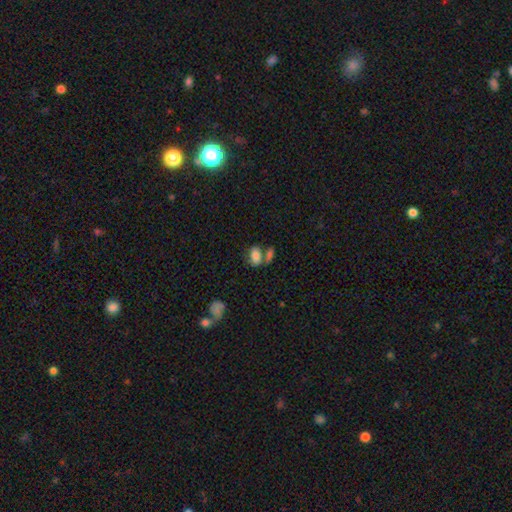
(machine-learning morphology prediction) This is likely a smooth galaxy (80%). How rounded: clearly in between (89%). Merging: possibly none (45%).